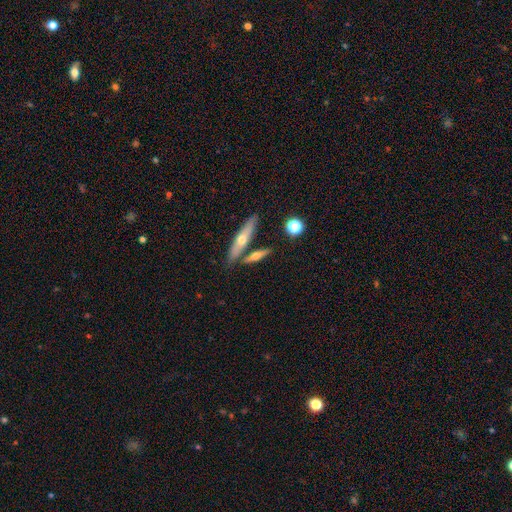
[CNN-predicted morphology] smooth_or_featured: smooth (p=0.47) [alt: featured or disk p=0.46]
merging: none (p=0.67) [alt: merger p=0.20]